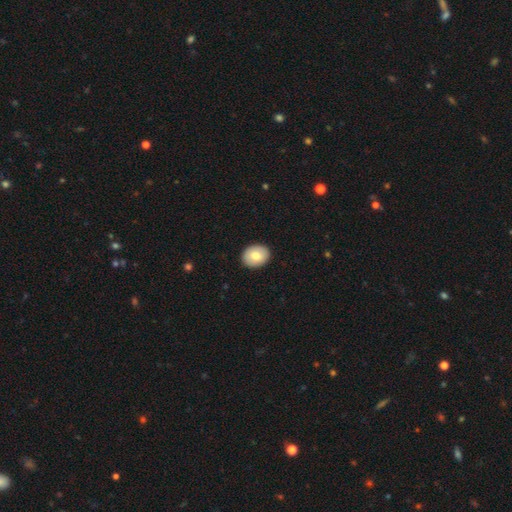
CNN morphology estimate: This is likely a smooth galaxy (77%). How rounded: possibly in between (51%). Merging: clearly none (91%).